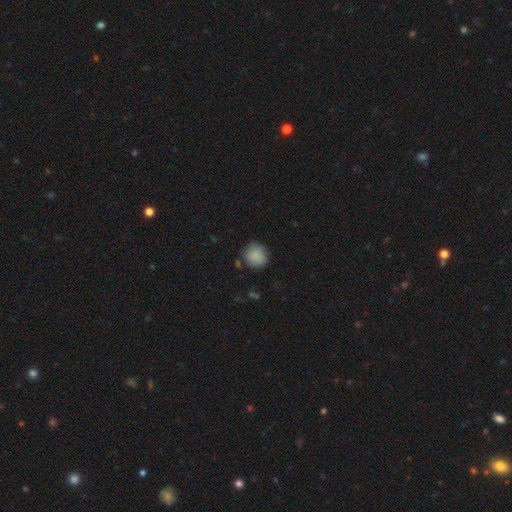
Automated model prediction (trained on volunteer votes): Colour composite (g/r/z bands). It shows a smooth galaxy with no disk features (88%) that is round (90%). Merging: none (80%).